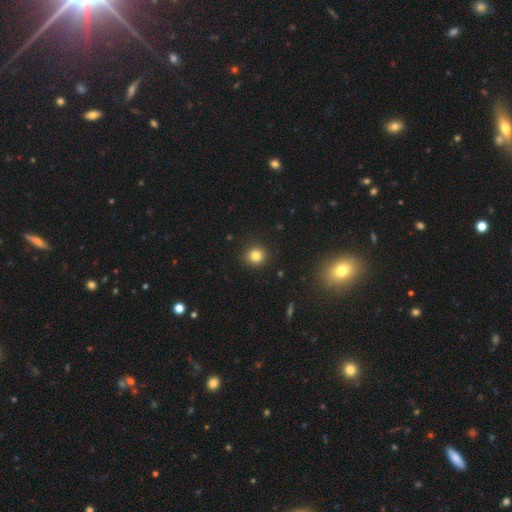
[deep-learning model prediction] A smooth galaxy with no disk features (82%) that is round (90%). Merging: none (90%).